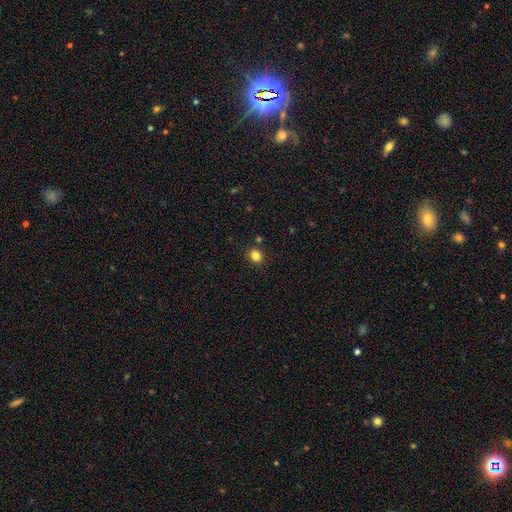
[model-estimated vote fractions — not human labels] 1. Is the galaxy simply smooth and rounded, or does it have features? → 83% smooth, 13% star or artifact, 4% featured or disk.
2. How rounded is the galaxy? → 82% round, 17% in between, 1% cigar-shaped.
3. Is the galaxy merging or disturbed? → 88% none, 7% minor disturbance, 3% merger, 2% major disturbance.